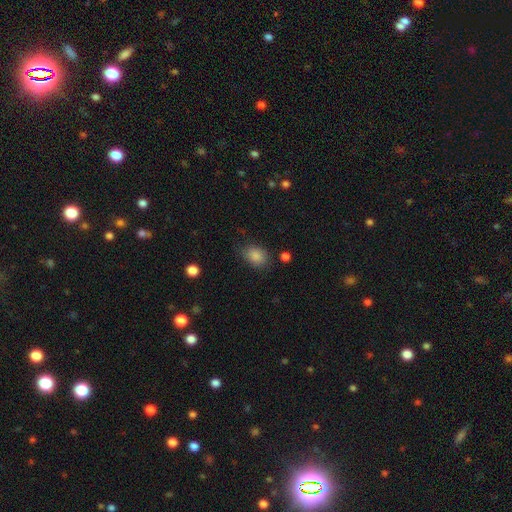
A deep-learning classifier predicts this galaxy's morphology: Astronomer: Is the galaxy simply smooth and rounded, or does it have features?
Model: smooth — 86%.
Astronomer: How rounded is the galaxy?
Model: in between — 77%.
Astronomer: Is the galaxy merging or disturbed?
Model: none — 74%.